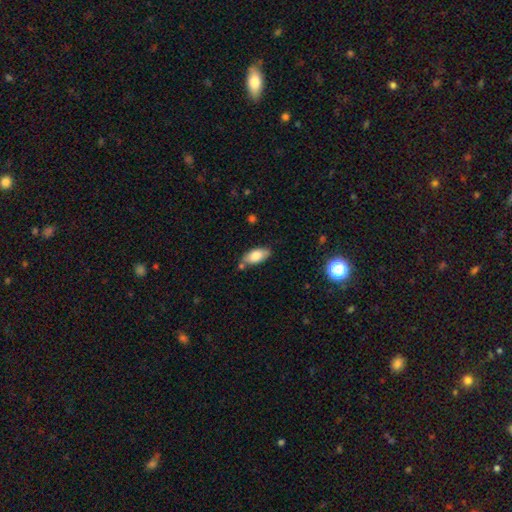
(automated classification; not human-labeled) Smooth or featured: smooth — 79% (featured or disk — 14%)
How rounded: in between — 89% (cigar-shaped — 8%)
Merging: none — 71% (minor disturbance — 18%)